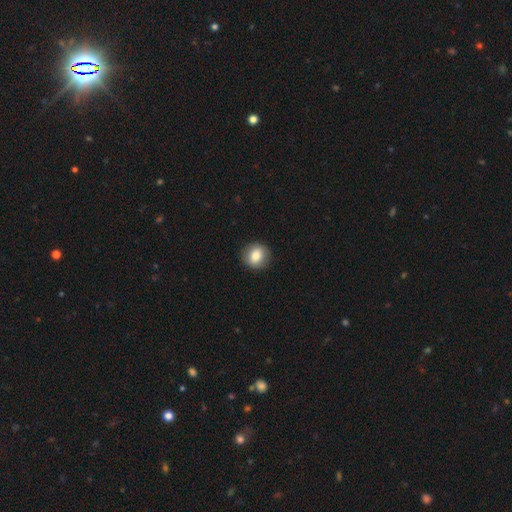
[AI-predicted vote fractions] Smooth or featured: smooth — 80% (featured or disk — 11%)
How rounded: round — 85% (in between — 14%)
Merging: none — 90% (minor disturbance — 7%)